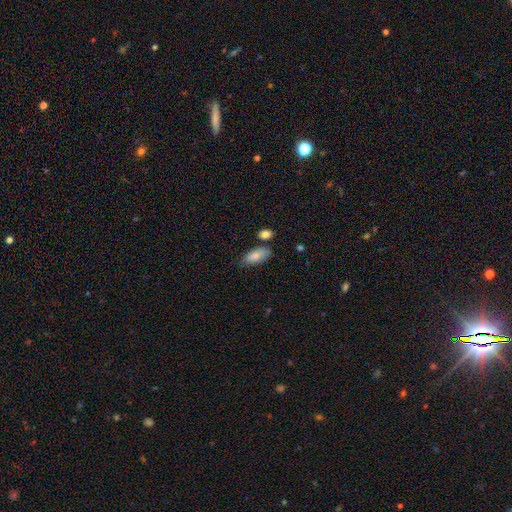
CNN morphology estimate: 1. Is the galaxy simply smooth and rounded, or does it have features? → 82% smooth, 11% featured or disk, 6% star or artifact.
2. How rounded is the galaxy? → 89% in between, 8% cigar-shaped, 3% round.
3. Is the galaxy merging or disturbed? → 67% none, 21% minor disturbance, 8% merger, 4% major disturbance.